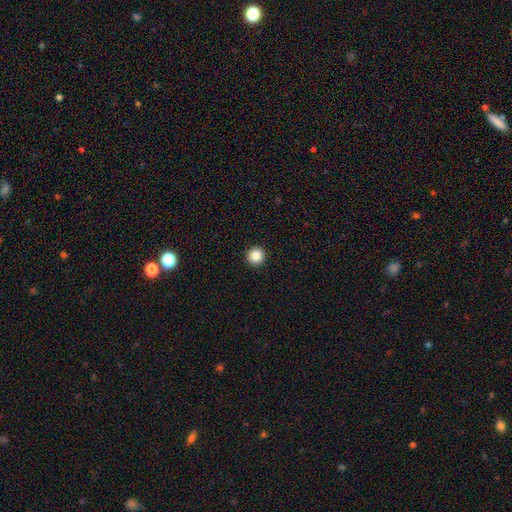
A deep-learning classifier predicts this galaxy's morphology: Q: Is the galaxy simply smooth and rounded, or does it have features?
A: smooth — 86%.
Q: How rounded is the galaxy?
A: round — 96%.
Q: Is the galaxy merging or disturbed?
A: none — 94%.